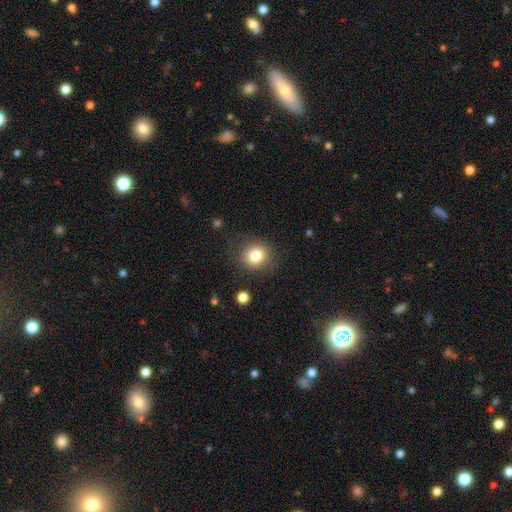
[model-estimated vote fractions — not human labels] A smooth galaxy with no disk features (81%) that is round (80%).

Vote fractions:
- Smooth or featured? smooth: 81% / star or artifact: 11% / featured or disk: 8%
- How rounded? round: 80% / in between: 19% / cigar-shaped: 1%
- Merging? none: 84% / minor disturbance: 10% / major disturbance: 4% / merger: 2%